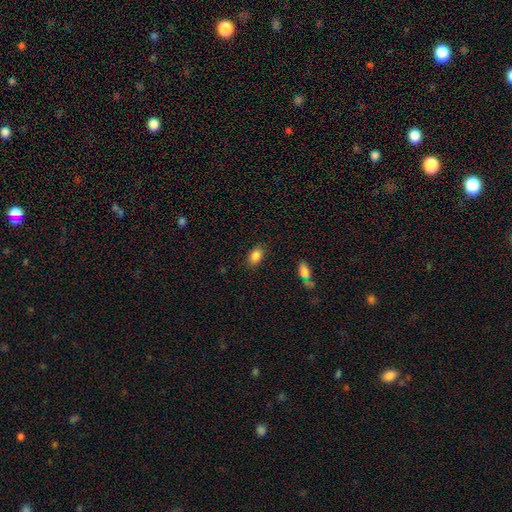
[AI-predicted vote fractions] This is clearly a smooth galaxy (86%). How rounded: clearly in between (83%). Merging: clearly none (85%).